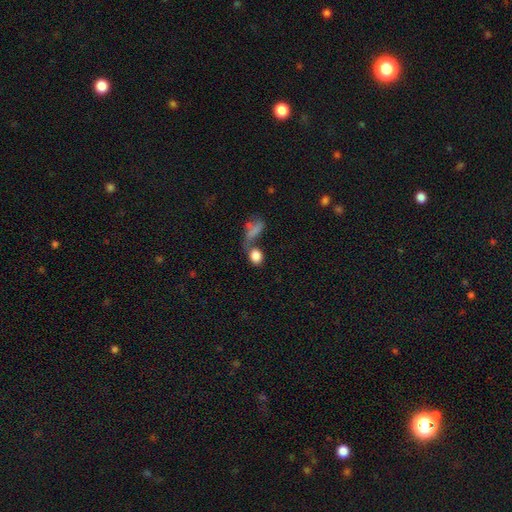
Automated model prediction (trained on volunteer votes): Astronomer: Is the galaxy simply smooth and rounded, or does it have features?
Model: smooth — 82%.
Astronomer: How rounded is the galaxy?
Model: in between — 50% (runner-up: round, 47%).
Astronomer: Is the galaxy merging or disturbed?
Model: merger — 40% (runner-up: none, 37%).